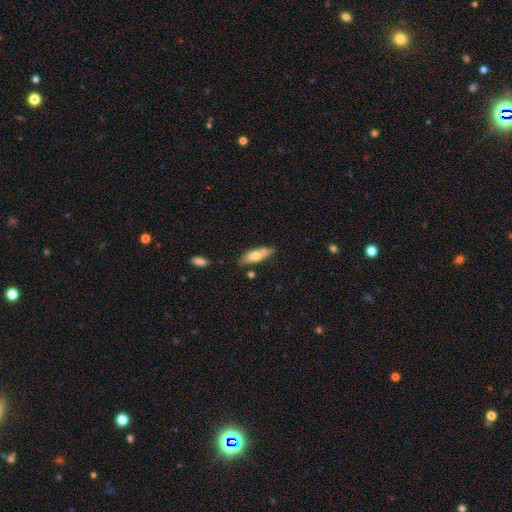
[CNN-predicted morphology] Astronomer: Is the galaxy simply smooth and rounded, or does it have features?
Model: smooth — 64%.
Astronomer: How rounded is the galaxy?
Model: in between — 54% (runner-up: cigar-shaped, 43%).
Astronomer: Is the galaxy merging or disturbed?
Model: none — 75%.